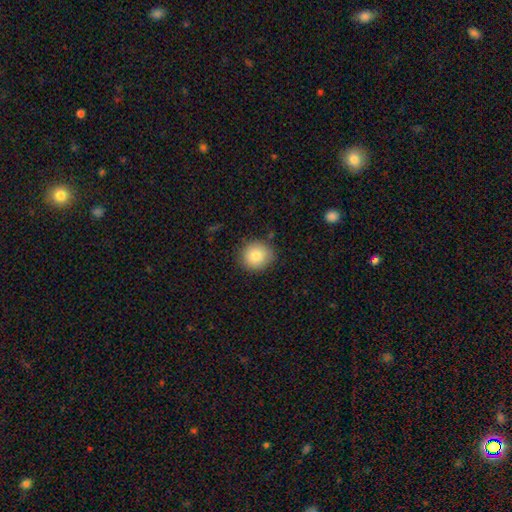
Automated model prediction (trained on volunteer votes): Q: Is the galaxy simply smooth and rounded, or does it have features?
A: smooth — 85%.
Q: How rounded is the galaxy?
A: round — 88%.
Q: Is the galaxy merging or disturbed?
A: none — 83%.